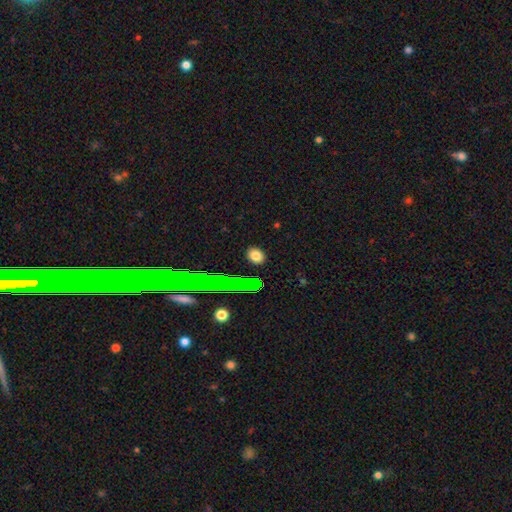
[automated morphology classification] Smooth or featured: smooth — 78% (star or artifact — 14%)
How rounded: in between — 53% (round — 45%)
Merging: none — 87% (minor disturbance — 8%)